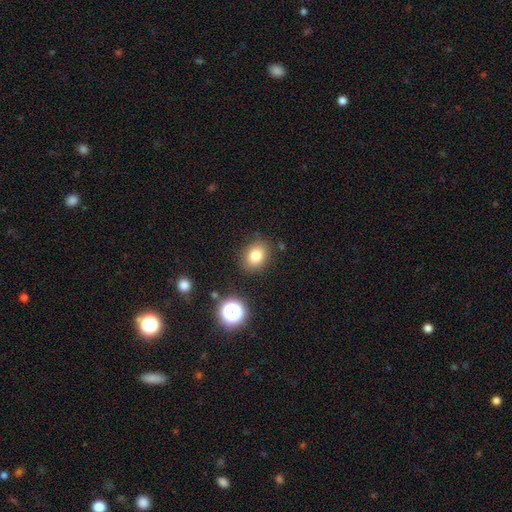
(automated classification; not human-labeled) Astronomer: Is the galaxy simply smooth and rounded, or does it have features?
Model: smooth — 81%.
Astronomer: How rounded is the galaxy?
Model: in between — 55% (runner-up: round, 44%).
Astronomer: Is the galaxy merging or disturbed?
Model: none — 84%.